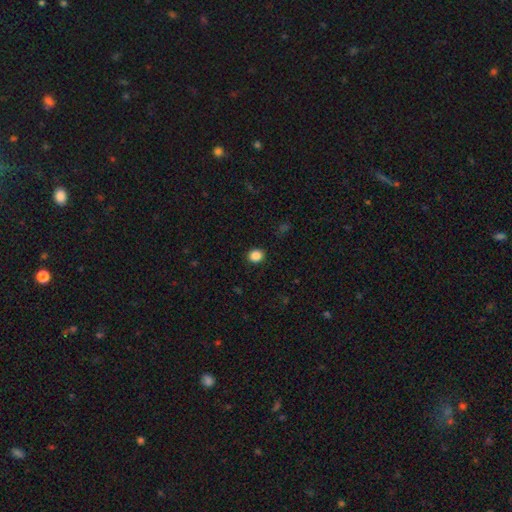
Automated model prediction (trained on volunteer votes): Morphology: type=smooth (87%); roundness=round (78%); merging=none (91%).